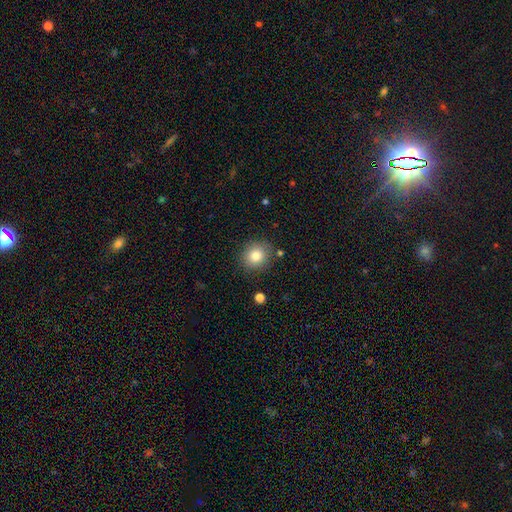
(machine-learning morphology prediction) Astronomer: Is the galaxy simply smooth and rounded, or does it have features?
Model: smooth — 82%.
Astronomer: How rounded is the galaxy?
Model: round — 83%.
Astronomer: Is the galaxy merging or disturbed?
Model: none — 86%.